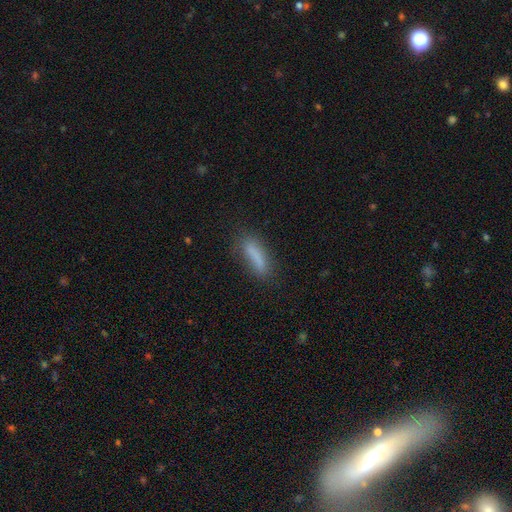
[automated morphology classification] smooth_or_featured: smooth (p=0.78) [alt: featured or disk p=0.13]
how_rounded: cigar-shaped (p=0.68) [alt: in between p=0.30]
merging: none (p=0.72) [alt: minor disturbance p=0.19]